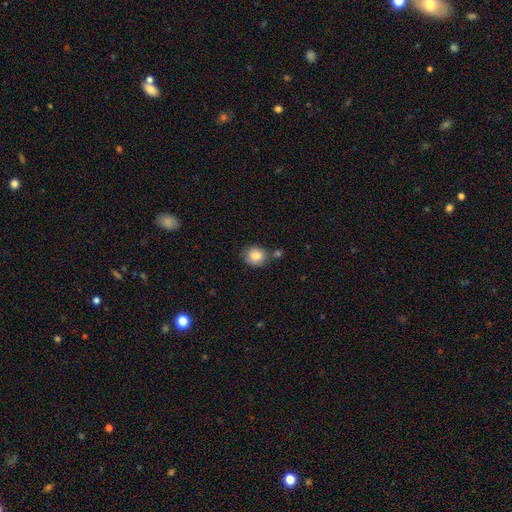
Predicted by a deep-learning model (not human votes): A smooth galaxy with no disk features (84%) that is round (76%).

Vote fractions:
- Smooth or featured? smooth: 84% / featured or disk: 8% / star or artifact: 8%
- How rounded? round: 76% / in between: 23% / cigar-shaped: 1%
- Merging? none: 67% / minor disturbance: 16% / merger: 13% / major disturbance: 4%